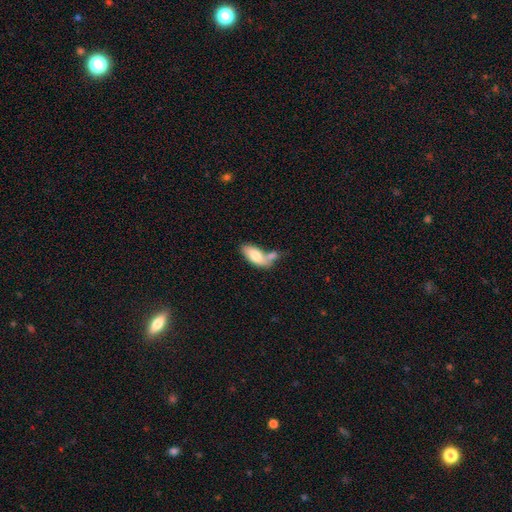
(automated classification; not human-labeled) Q: Smooth or featured?
A: smooth (75%); runner-up: featured or disk (18%)
Q: How rounded?
A: in between (86%); runner-up: cigar-shaped (11%)
Q: Merging?
A: merger (43%); runner-up: none (31%)